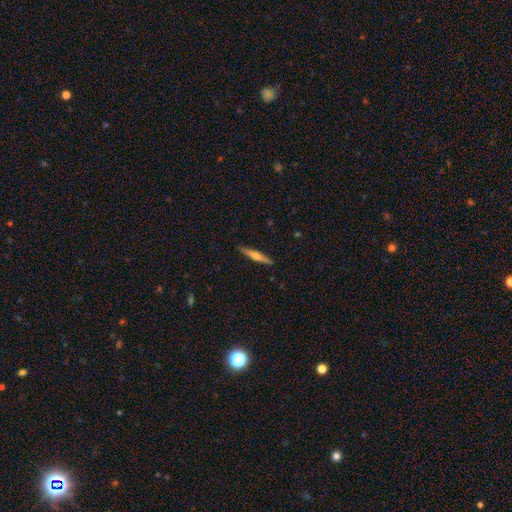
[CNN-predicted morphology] Smooth or featured? Predicted: featured or disk (p=0.51). Edge-on disk? Predicted: yes (p=0.97). Merging? Predicted: none (p=0.90).